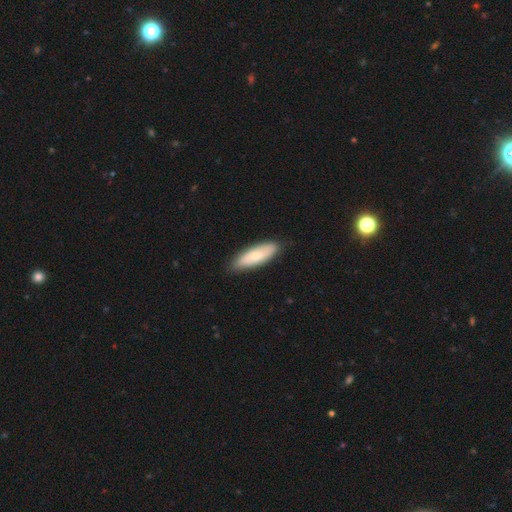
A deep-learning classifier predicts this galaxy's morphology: A smooth galaxy with no disk features (71%) that is in between round and cigar-shaped (51%).

Vote fractions:
- Smooth or featured? smooth: 71% / featured or disk: 24% / star or artifact: 5%
- How rounded? in between: 51% / cigar-shaped: 47% / round: 2%
- Merging? none: 86% / minor disturbance: 11% / major disturbance: 2% / merger: 1%